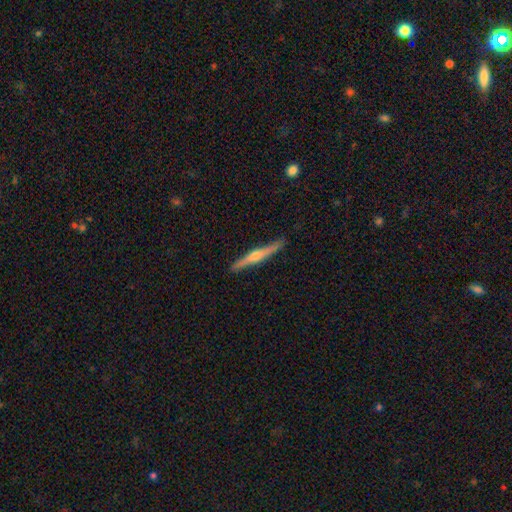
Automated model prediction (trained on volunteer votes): smooth-or-featured: featured or disk: 75% | smooth: 20% | star or artifact: 5%
  disk-edge-on: yes: 98% | no: 2%
    edge-on-bulge: rounded: 88% | none: 7% | boxy: 4%
  merging: none: 89% | minor disturbance: 8% | major disturbance: 1% | merger: 1%